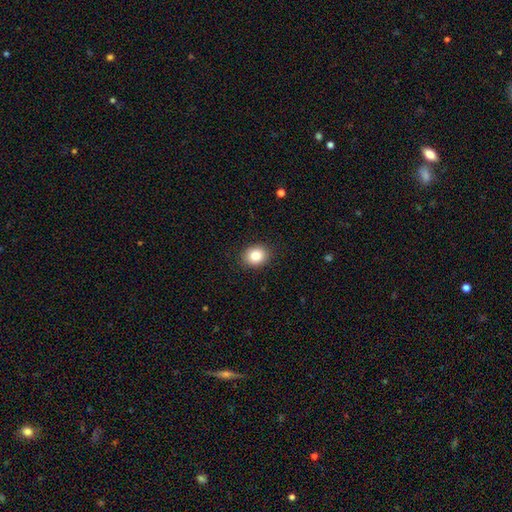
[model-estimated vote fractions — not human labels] A smooth galaxy with no disk features (84%) that is round (64%). Merging: none (90%).